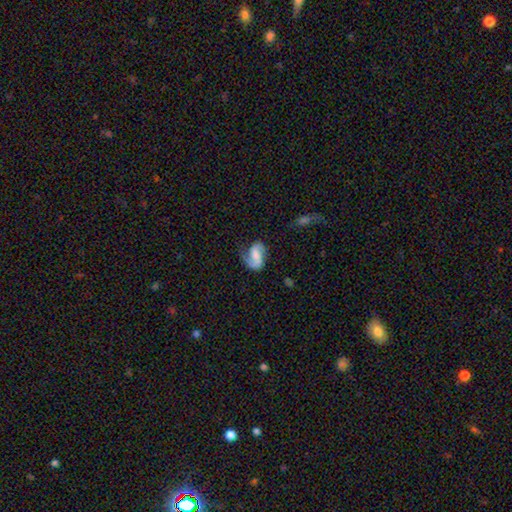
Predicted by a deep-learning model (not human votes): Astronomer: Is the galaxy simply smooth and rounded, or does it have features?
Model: featured or disk — 76%.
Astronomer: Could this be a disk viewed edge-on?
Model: no — 98%.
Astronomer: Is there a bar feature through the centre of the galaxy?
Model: weak — 44% (runner-up: no, 37%).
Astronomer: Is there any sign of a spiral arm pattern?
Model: yes — 95%.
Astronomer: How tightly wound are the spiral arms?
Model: medium — 44% (runner-up: loose, 38%).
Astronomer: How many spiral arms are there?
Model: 2 — 71%.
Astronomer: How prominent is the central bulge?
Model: none — 32% (runner-up: moderate, 29%).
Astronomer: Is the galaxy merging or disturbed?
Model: none — 60%.